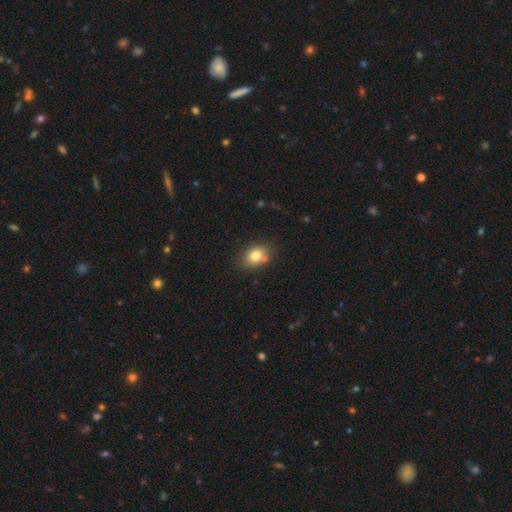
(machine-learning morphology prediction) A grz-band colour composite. It shows a smooth galaxy with no disk features (79%) that is in between round and cigar-shaped (67%). Merging: none (71%).